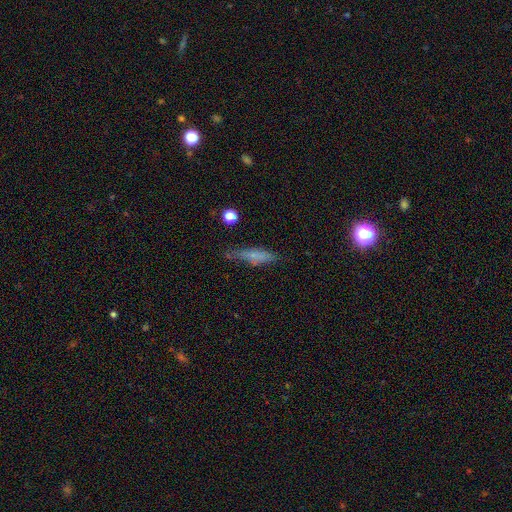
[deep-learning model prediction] Smooth or featured? smooth (62%)
How rounded? cigar-shaped (74%)
Merging? none (67%)